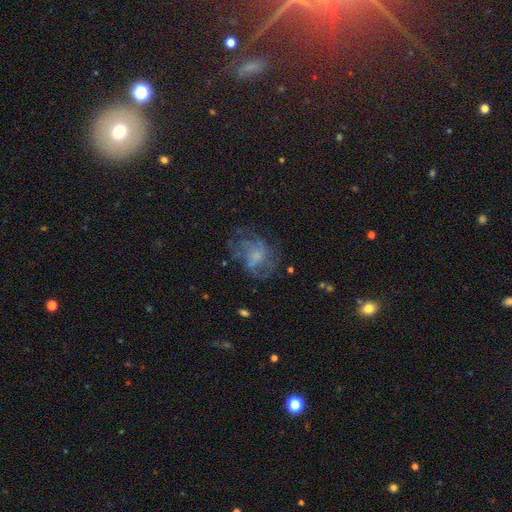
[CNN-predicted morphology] type=featured or disk (55%); edge-on=no (97%); bar=no (69%); spiral arms=no (52%); bulge=none (36%); merging=none (47%).